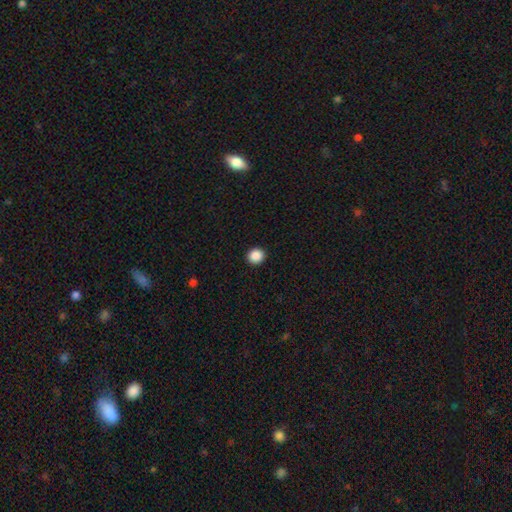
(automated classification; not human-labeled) This is clearly a smooth galaxy (89%). How rounded: clearly round (86%). Merging: clearly none (93%).